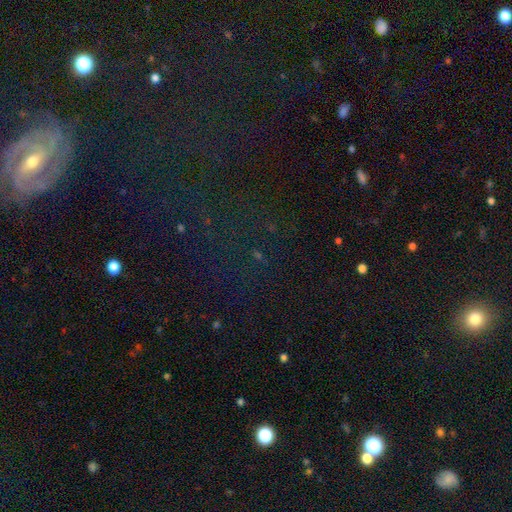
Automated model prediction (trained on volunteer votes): Q: Smooth or featured?
A: star or artifact (78%); runner-up: smooth (14%)